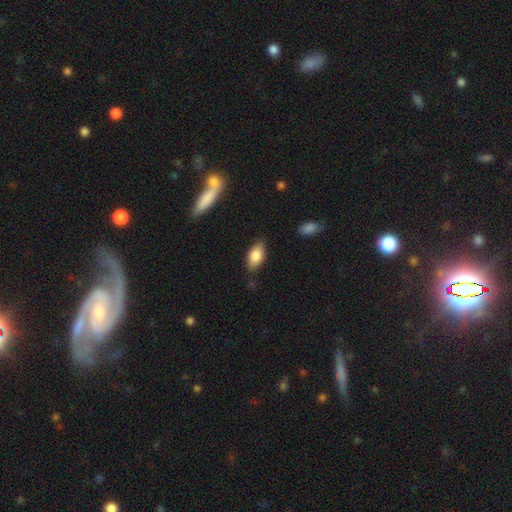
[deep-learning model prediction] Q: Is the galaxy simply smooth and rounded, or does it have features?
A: smooth — 81%.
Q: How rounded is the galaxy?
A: in between — 90%.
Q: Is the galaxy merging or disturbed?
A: none — 81%.